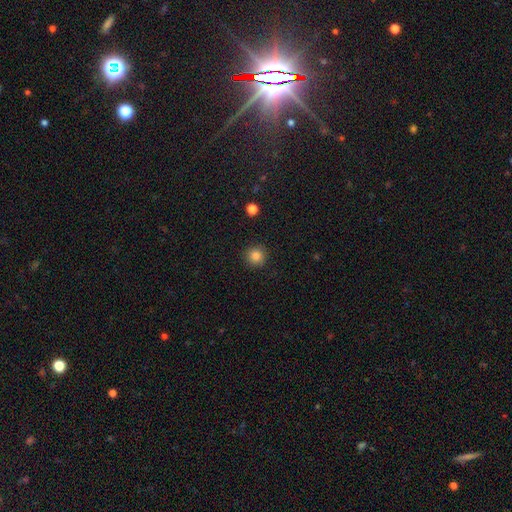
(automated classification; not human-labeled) smooth_or_featured: smooth (p=0.85) [alt: star or artifact p=0.11]
how_rounded: round (p=0.94) [alt: in between p=0.05]
merging: none (p=0.91) [alt: minor disturbance p=0.06]